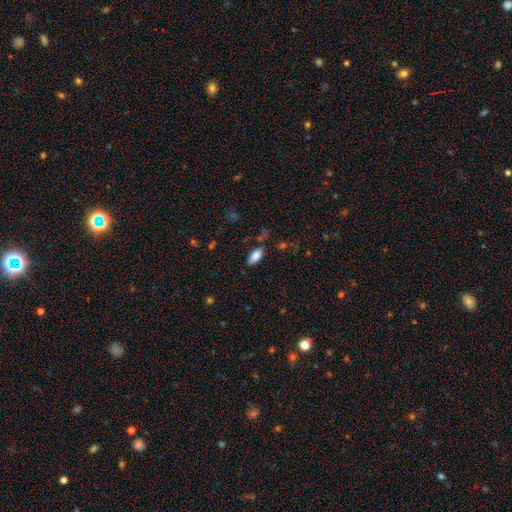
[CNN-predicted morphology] smooth_or_featured: smooth (p=0.85) [alt: star or artifact p=0.08]
how_rounded: in between (p=0.88) [alt: cigar-shaped p=0.10]
merging: none (p=0.81) [alt: minor disturbance p=0.13]